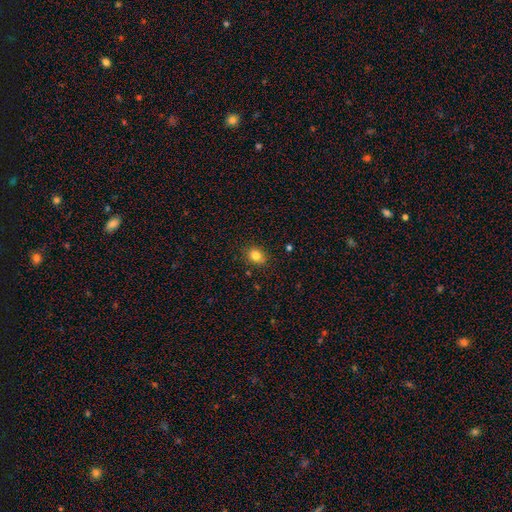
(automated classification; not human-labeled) Smooth or featured? Predicted: smooth (p=0.82). How rounded? Predicted: round (p=0.55). Merging? Predicted: none (p=0.85).